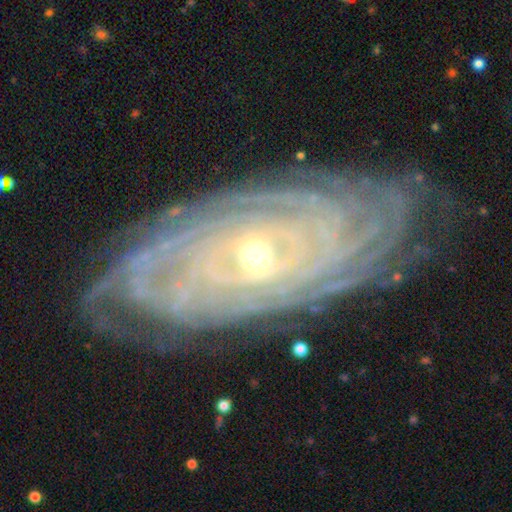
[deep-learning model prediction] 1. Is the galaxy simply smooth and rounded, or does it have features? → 89% featured or disk, 6% star or artifact, 5% smooth.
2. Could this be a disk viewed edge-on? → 93% no, 7% yes.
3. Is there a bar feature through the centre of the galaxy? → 67% no, 22% weak, 11% strong.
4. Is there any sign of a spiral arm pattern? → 98% yes, 2% no.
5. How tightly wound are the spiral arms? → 88% tight, 10% medium, 2% loose.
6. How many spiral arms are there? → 29% can't tell, 27% more than 4, 16% 4, 11% 3, 10% 2, 8% 1.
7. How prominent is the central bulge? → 59% small, 38% moderate, 2% large, 1% none, 1% dominant.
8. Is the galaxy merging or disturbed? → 83% none, 12% minor disturbance, 3% major disturbance, 1% merger.